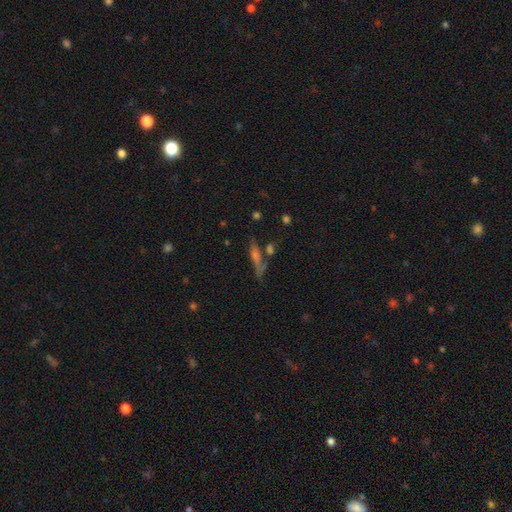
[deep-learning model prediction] Smooth or featured? smooth (44%)
Merging? none (61%)